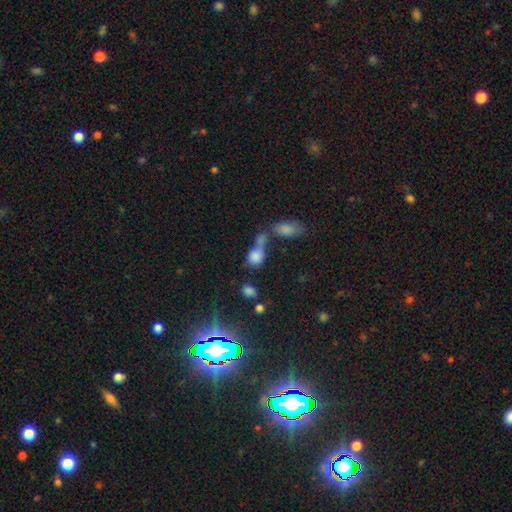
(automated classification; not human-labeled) Smooth or featured: smooth — 72% (star or artifact — 16%)
How rounded: in between — 60% (round — 33%)
Merging: merger — 57% (none — 25%)